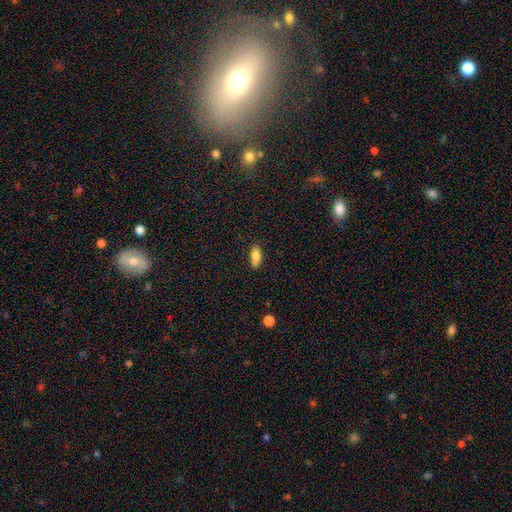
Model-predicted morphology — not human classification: This appears to be a smooth galaxy with no disk features (82%) that is in between round and cigar-shaped (84%). Merging: none (75%).